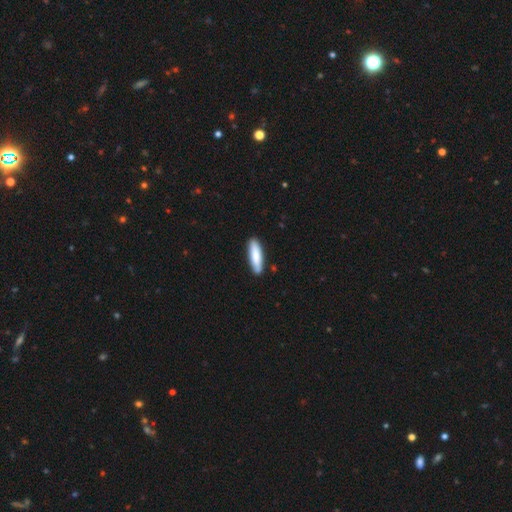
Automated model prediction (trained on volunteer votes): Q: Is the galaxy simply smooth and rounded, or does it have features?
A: smooth — 83%.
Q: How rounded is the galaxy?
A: cigar-shaped — 67%.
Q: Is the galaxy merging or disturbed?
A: none — 89%.